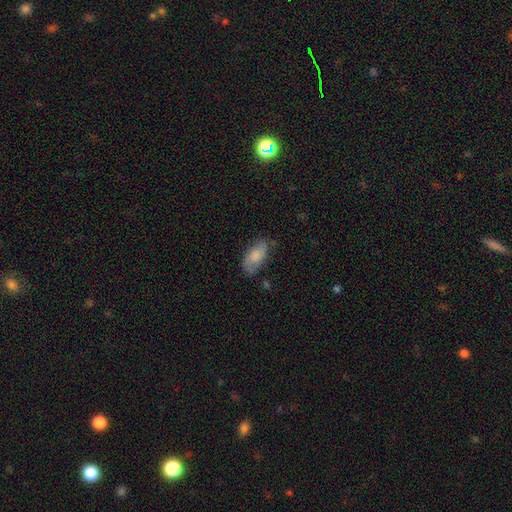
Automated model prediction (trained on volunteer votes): Q: Smooth or featured?
A: smooth (66%); runner-up: featured or disk (27%)
Q: How rounded?
A: in between (90%); runner-up: cigar-shaped (7%)
Q: Merging?
A: none (69%); runner-up: minor disturbance (23%)